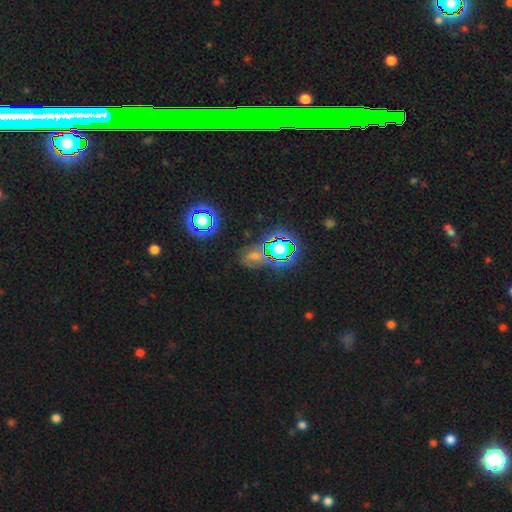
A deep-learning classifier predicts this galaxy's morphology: Smooth or featured? Predicted: star or artifact (p=0.61).